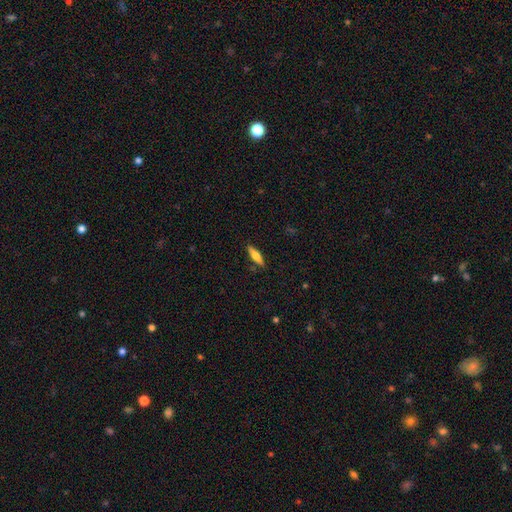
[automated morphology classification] smooth 60%, featured or disk 34%, star or artifact 6%. Down the decision tree: how rounded — cigar-shaped (66%); merging — none (88%).